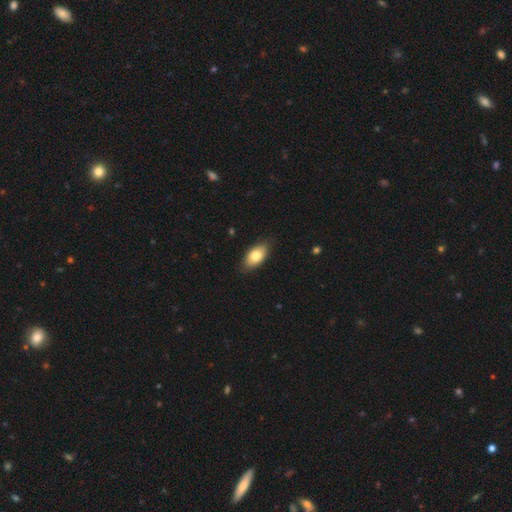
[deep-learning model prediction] Q: Smooth or featured?
A: smooth (79%); runner-up: featured or disk (15%)
Q: How rounded?
A: in between (92%); runner-up: round (4%)
Q: Merging?
A: none (85%); runner-up: minor disturbance (12%)